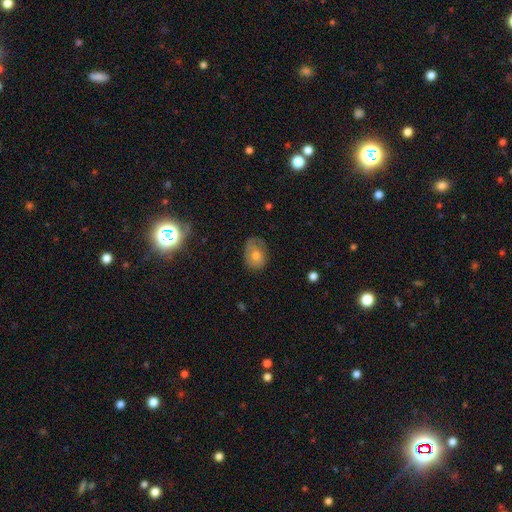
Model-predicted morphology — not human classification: The model was most divided on "merging": none: 61%, minor disturbance: 28%, major disturbance: 10%, merger: 1%. More confident: how rounded — in between (66%); smooth or featured — smooth (61%).